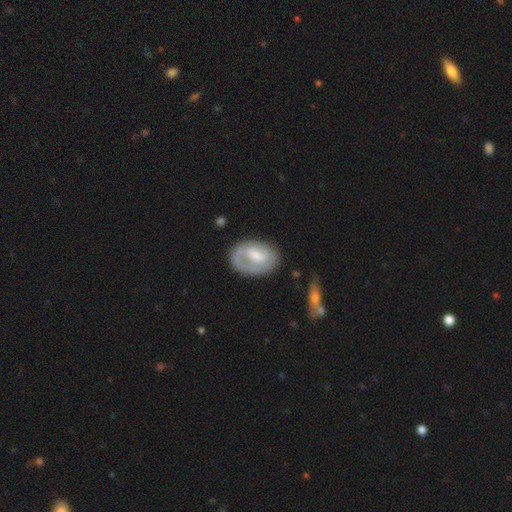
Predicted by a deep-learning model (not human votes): The model was most divided on "smooth or featured": featured or disk: 50%, smooth: 44%, star or artifact: 6%. More confident: merging — none (60%).